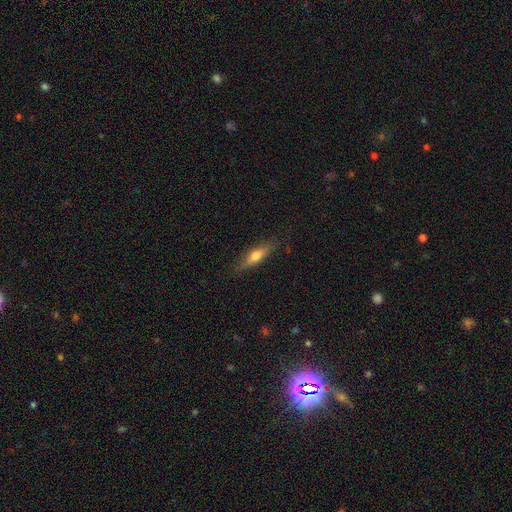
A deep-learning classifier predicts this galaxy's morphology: smooth 55%, featured or disk 39%, star or artifact 7%. Down the decision tree: how rounded — cigar-shaped (64%); merging — none (82%).